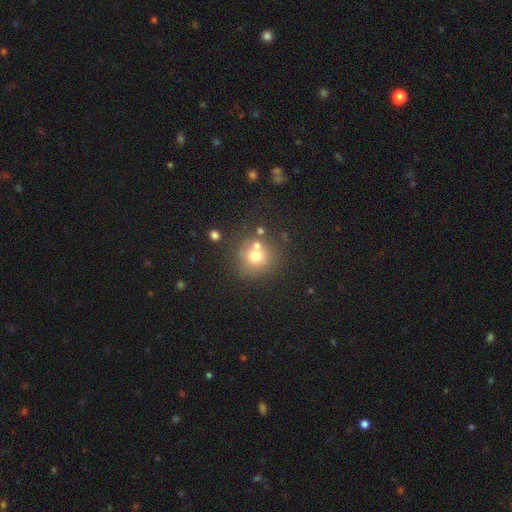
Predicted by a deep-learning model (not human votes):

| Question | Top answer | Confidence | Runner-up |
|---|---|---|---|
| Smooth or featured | smooth | 68% | featured or disk (17%) |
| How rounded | round | 89% | in between (11%) |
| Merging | none | 60% | merger (24%) |